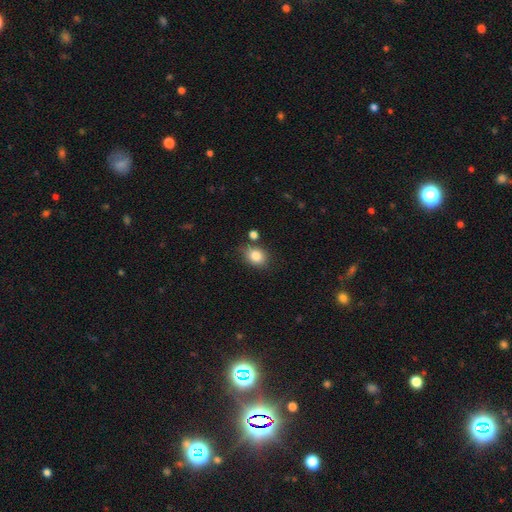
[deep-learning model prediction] Smooth or featured? smooth (83%)
How rounded? in between (56%)
Merging? none (72%)